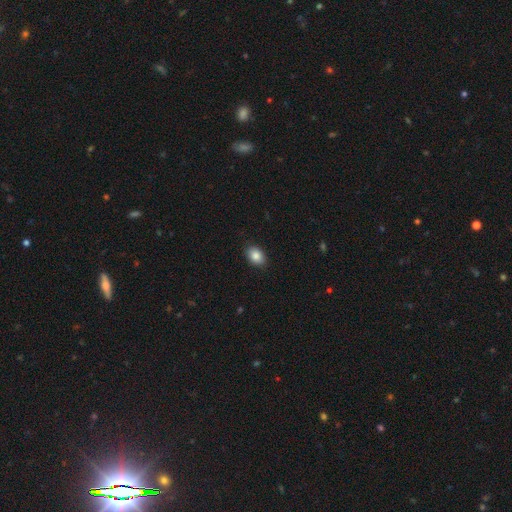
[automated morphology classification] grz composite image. It shows a smooth galaxy with no disk features (87%) that is in between round and cigar-shaped (82%). Merging: none (89%).